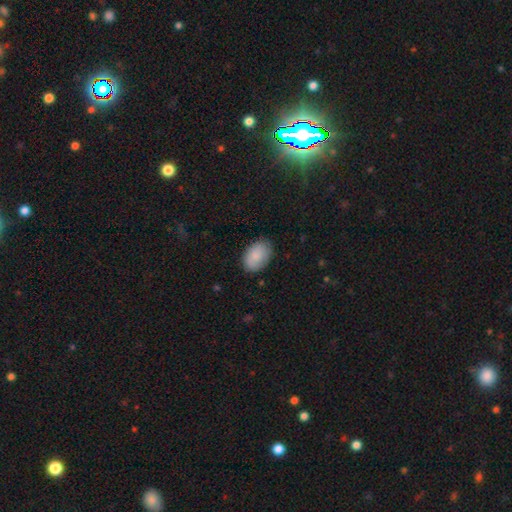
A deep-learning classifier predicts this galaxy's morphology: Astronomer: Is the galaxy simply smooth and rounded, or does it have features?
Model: smooth — 85%.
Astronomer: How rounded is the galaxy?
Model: in between — 87%.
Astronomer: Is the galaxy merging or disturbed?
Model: none — 80%.